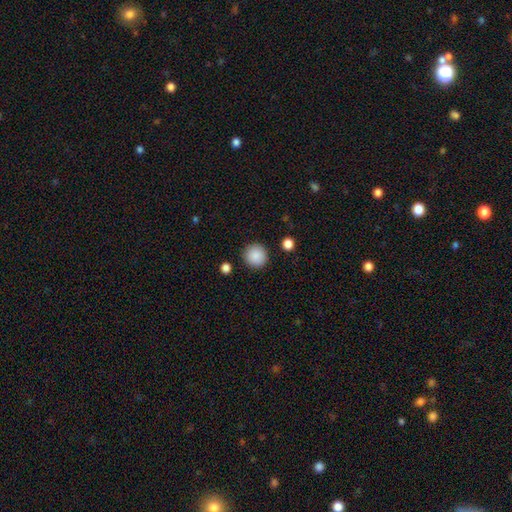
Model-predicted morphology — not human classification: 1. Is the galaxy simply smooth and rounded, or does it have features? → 89% smooth, 8% star or artifact, 3% featured or disk.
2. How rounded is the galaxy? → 95% round, 4% in between, 1% cigar-shaped.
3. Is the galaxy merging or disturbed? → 91% none, 5% minor disturbance, 2% major disturbance, 2% merger.